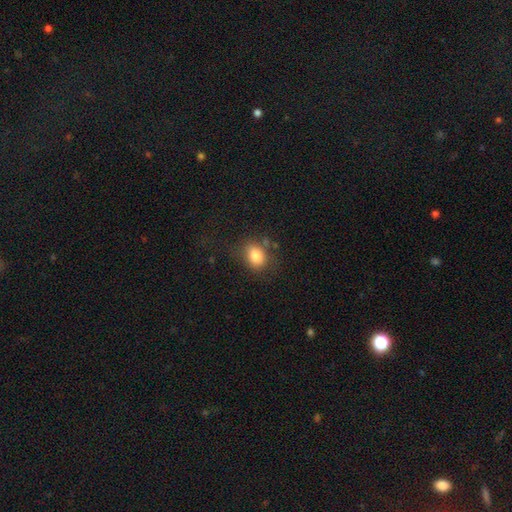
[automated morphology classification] type=smooth (82%); roundness=in between (59%); merging=none (70%).